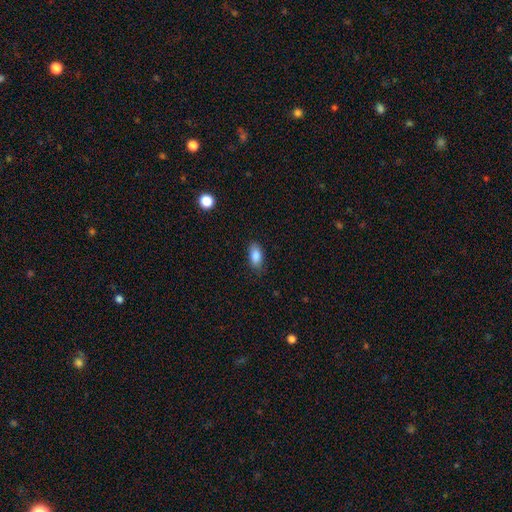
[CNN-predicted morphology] Smooth or featured?
  - smooth: 87% *
  - star or artifact: 8%
  - featured or disk: 6%
How rounded?
  - in between: 89% *
  - cigar-shaped: 7%
  - round: 4%
Merging?
  - none: 81% *
  - minor disturbance: 15%
  - major disturbance: 3%
  - merger: 1%